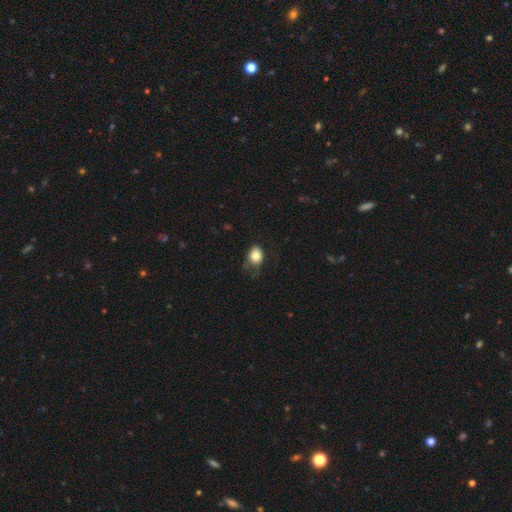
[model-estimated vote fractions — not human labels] This appears to be a smooth galaxy with no disk features (82%) that is in between round and cigar-shaped (60%). Merging: none (48%).